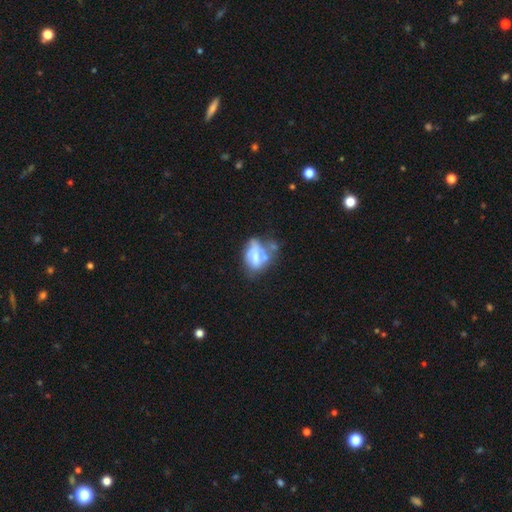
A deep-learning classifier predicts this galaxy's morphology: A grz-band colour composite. It shows a smooth galaxy with no disk features (45%). Merging: merger (32%).